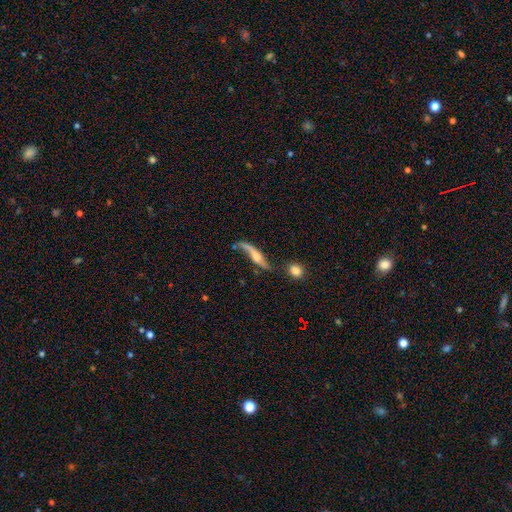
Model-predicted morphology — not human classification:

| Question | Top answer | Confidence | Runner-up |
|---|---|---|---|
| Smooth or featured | featured or disk | 67% | smooth (25%) |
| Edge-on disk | no | 61% | yes (39%) |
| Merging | none | 38% | major disturbance (24%) |